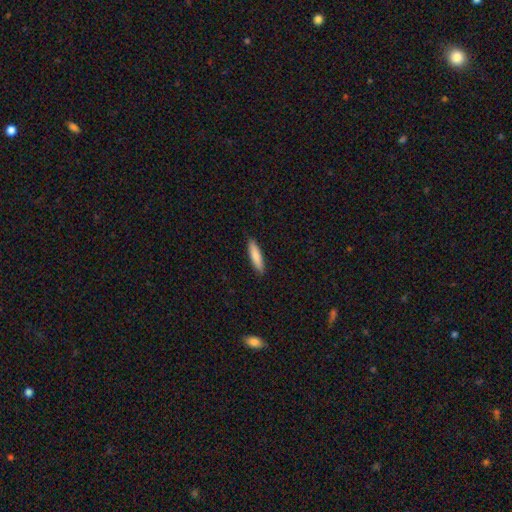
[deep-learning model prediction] A smooth galaxy with no disk features (84%) that is cigar-shaped (75%). Merging: none (90%).